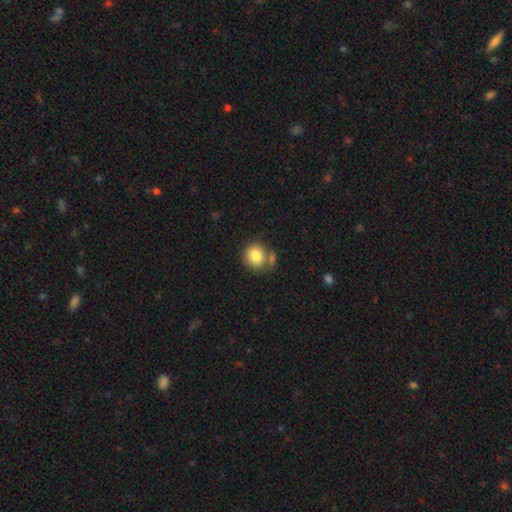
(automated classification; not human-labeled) This appears to be a smooth galaxy with no disk features (83%) that is round (83%). Merging: none (61%).